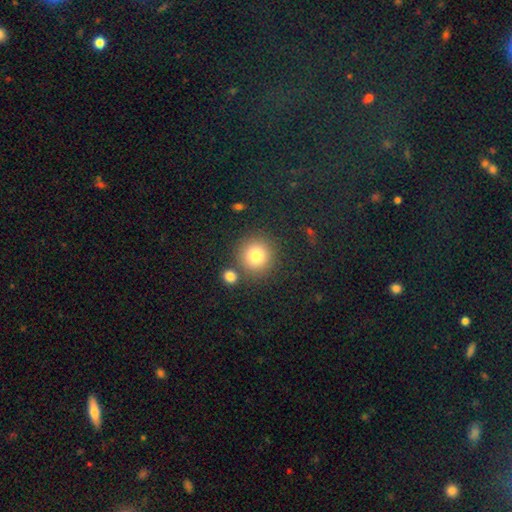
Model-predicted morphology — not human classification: smooth 81%, star or artifact 11%, featured or disk 8%. Down the decision tree: how rounded — round (93%); merging — none (80%).